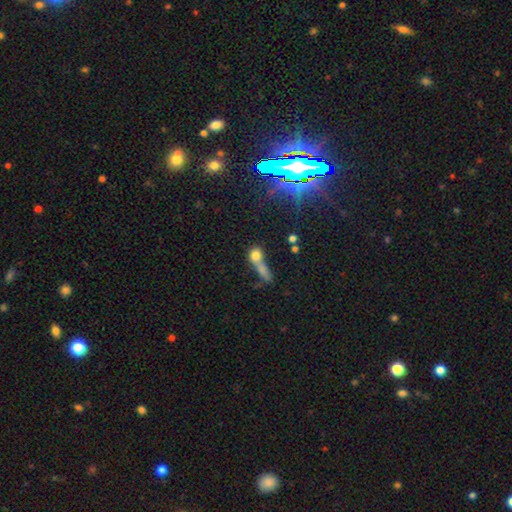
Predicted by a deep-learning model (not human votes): A smooth galaxy with no disk features (68%) that is round (52%). Merging: merger (53%).